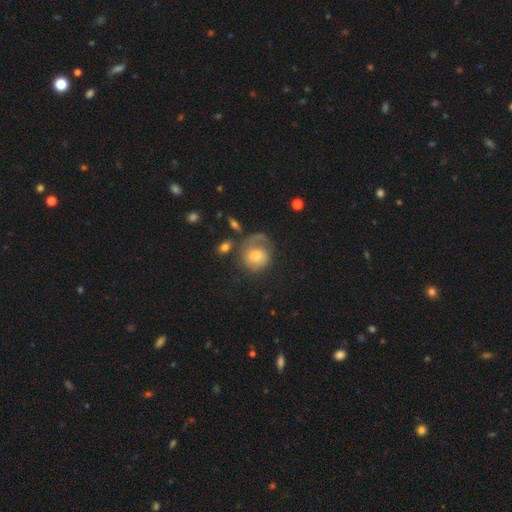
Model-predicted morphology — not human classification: smooth-or-featured: smooth: 50% | featured or disk: 41% | star or artifact: 9%
  how-rounded: round: 76% | in between: 23% | cigar-shaped: 1%
  merging: none: 45% | major disturbance: 26% | minor disturbance: 22% | merger: 7%